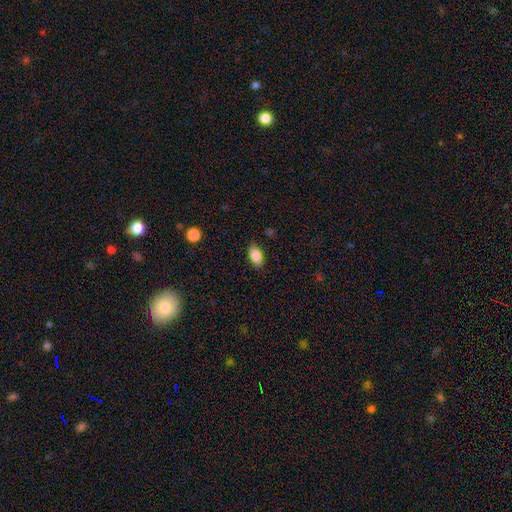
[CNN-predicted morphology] smooth-or-featured: smooth: 84% | featured or disk: 8% | star or artifact: 8%
  how-rounded: in between: 90% | round: 7% | cigar-shaped: 3%
  merging: none: 84% | minor disturbance: 12% | major disturbance: 3% | merger: 1%